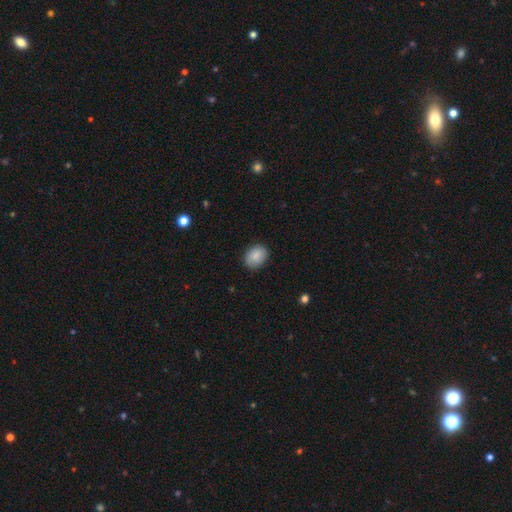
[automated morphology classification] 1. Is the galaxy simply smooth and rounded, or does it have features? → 87% smooth, 7% star or artifact, 6% featured or disk.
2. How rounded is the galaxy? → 64% in between, 35% round, 1% cigar-shaped.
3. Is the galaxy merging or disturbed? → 86% none, 10% minor disturbance, 2% major disturbance, 1% merger.